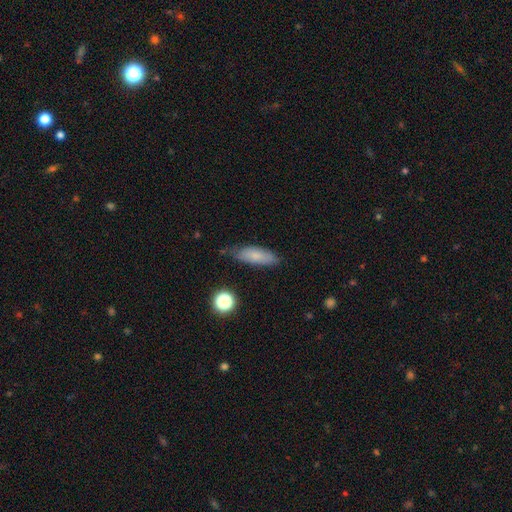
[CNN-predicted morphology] Smooth or featured? Predicted: smooth (p=0.76). How rounded? Predicted: in between (p=0.61). Merging? Predicted: none (p=0.71).